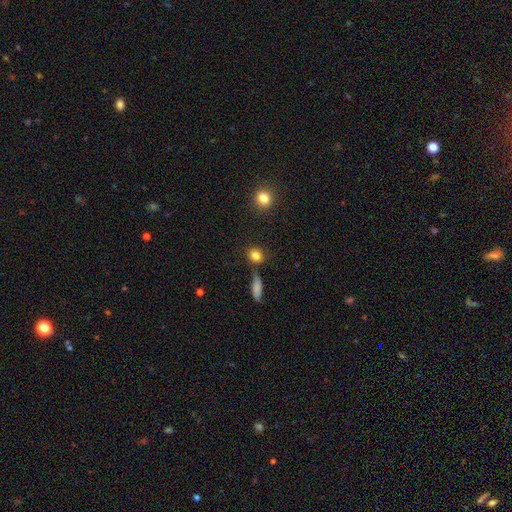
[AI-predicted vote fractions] Smooth or featured: smooth — 82% (star or artifact — 11%)
How rounded: round — 79% (in between — 19%)
Merging: none — 76% (minor disturbance — 12%)